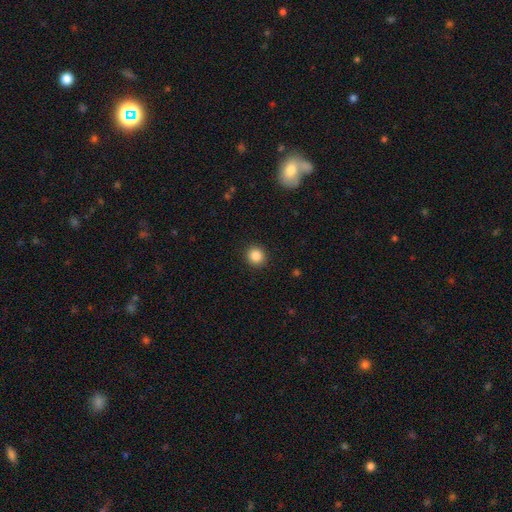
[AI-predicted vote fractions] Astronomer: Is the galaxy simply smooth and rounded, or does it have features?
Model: smooth — 86%.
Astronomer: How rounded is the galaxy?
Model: round — 90%.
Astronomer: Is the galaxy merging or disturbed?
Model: none — 92%.